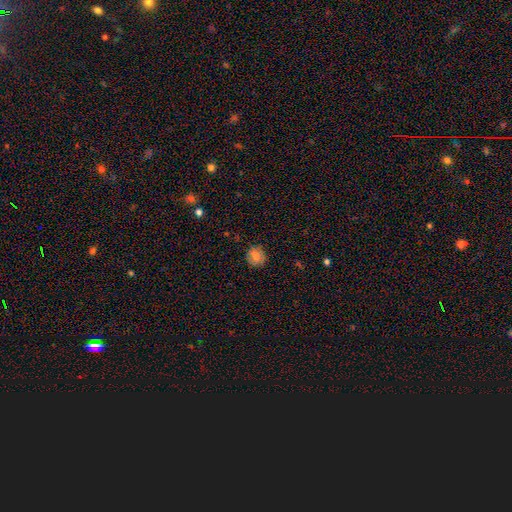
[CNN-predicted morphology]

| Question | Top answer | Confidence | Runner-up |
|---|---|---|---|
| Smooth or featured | smooth | 75% | featured or disk (15%) |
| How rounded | round | 82% | in between (17%) |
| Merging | none | 85% | minor disturbance (11%) |